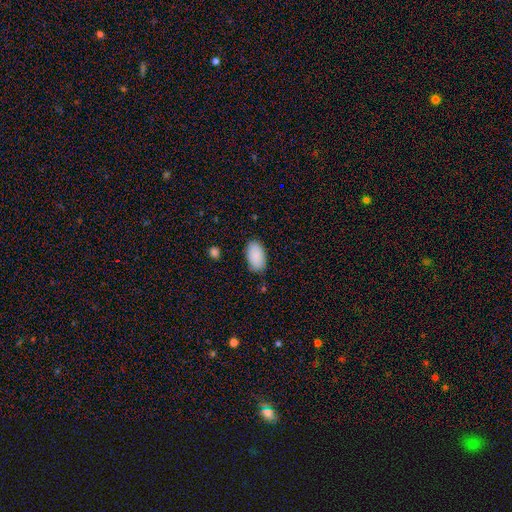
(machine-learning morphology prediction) Q: Smooth or featured?
A: smooth (90%); runner-up: star or artifact (6%)
Q: How rounded?
A: in between (95%); runner-up: round (3%)
Q: Merging?
A: none (84%); runner-up: minor disturbance (12%)